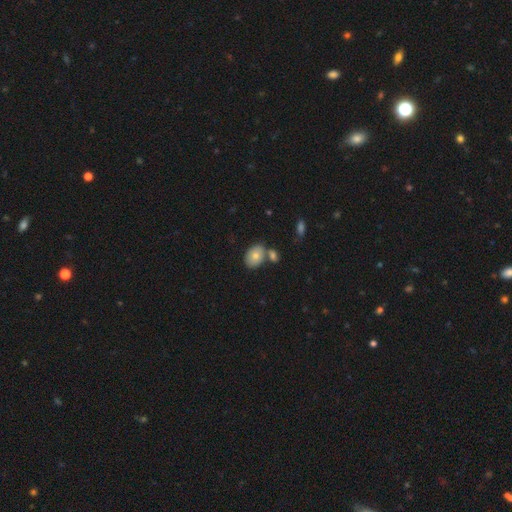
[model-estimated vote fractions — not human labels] smooth 76%, featured or disk 15%, star or artifact 8%. Down the decision tree: how rounded — in between (79%); merging — none (56%).